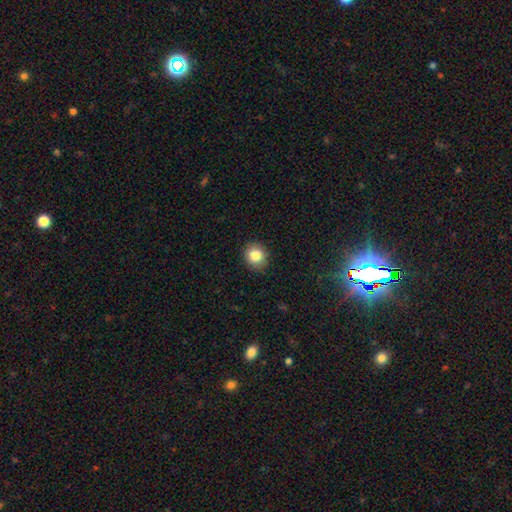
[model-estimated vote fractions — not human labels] This appears to be a smooth galaxy with no disk features (84%) that is round (83%). Merging: none (91%).